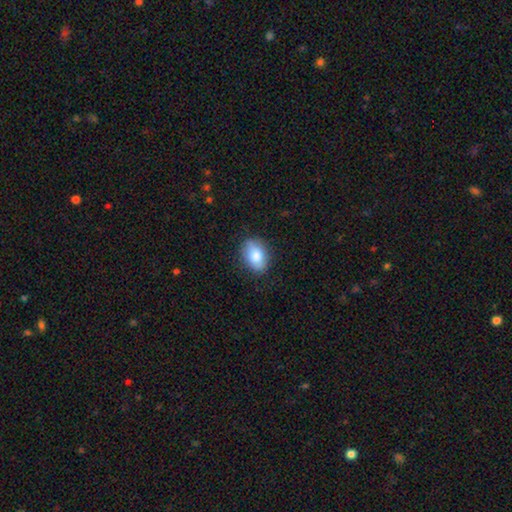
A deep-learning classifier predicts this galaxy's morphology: This appears to be a smooth galaxy with no disk features (83%) that is in between round and cigar-shaped (82%). Merging: none (82%).